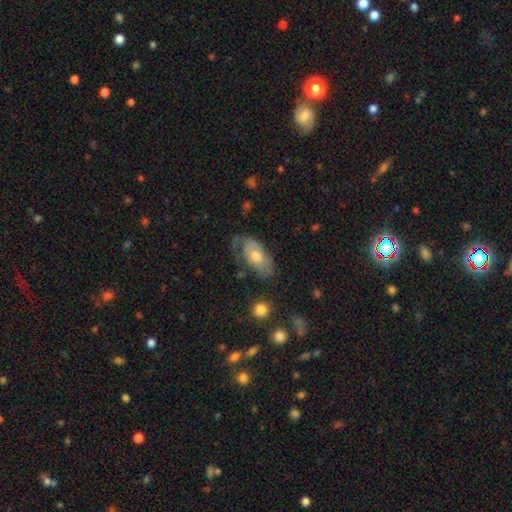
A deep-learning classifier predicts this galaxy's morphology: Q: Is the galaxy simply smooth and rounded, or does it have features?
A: featured or disk — 48%.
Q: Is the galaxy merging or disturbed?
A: none — 53%.